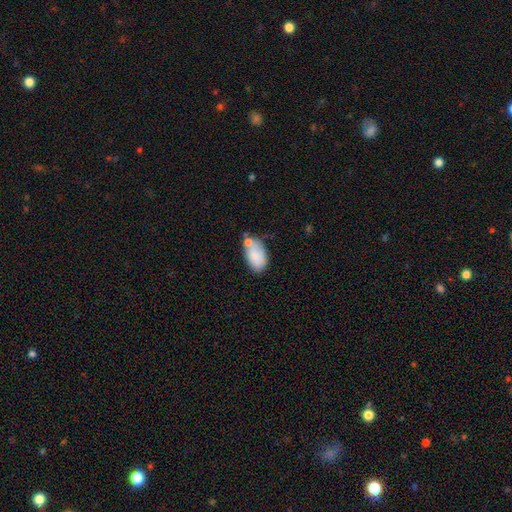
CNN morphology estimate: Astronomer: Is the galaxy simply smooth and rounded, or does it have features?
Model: smooth — 80%.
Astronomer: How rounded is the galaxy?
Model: in between — 92%.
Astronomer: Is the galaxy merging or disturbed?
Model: none — 54%.